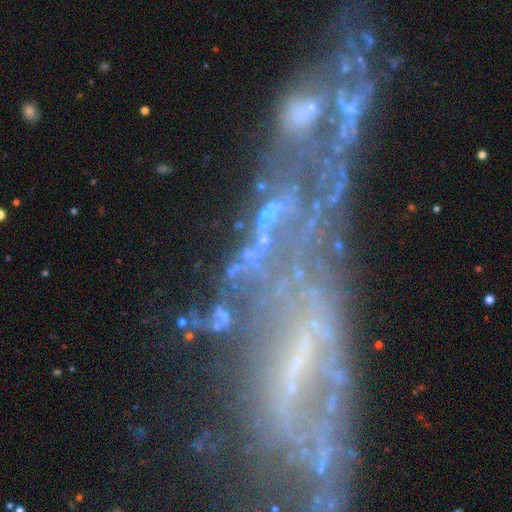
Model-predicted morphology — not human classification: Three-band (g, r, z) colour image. It shows a featured or disk galaxy (66%) with no bar (41%), spiral arms (60%) and no central bulge (48%). Merging: none (36%).